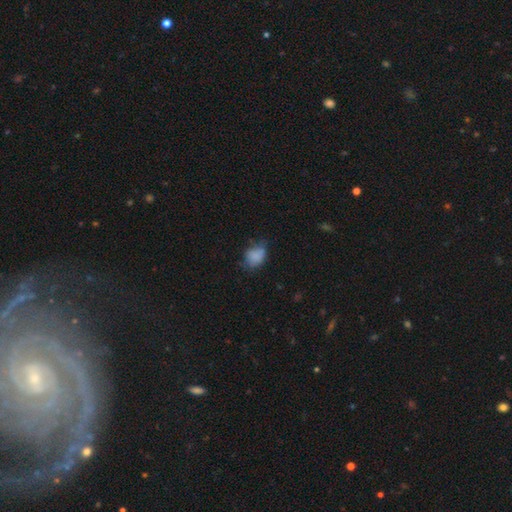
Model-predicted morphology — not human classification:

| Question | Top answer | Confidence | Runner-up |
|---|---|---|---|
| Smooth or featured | smooth | 80% | star or artifact (10%) |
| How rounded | in between | 60% | round (39%) |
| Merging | none | 45% | minor disturbance (38%) |